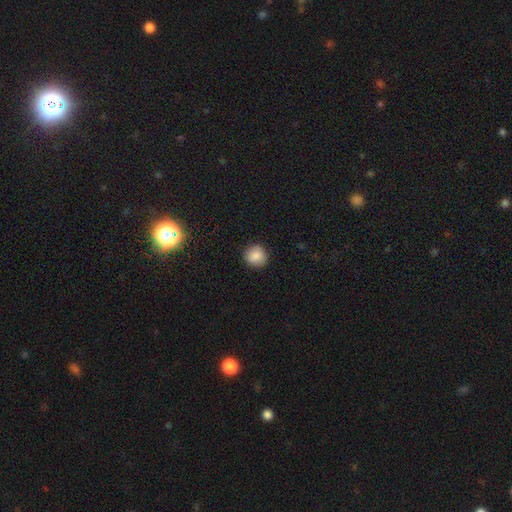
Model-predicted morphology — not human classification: A smooth galaxy with no disk features (85%) that is round (88%). Merging: none (86%).